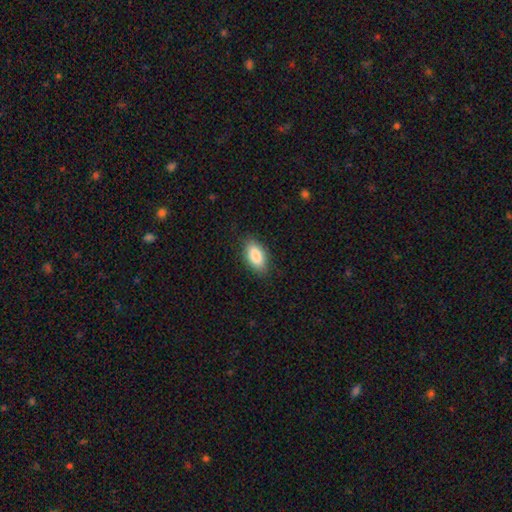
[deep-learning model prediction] Smooth or featured?
  - smooth: 86% *
  - featured or disk: 8%
  - star or artifact: 7%
How rounded?
  - in between: 91% *
  - cigar-shaped: 6%
  - round: 3%
Merging?
  - none: 85% *
  - minor disturbance: 11%
  - major disturbance: 2%
  - merger: 1%